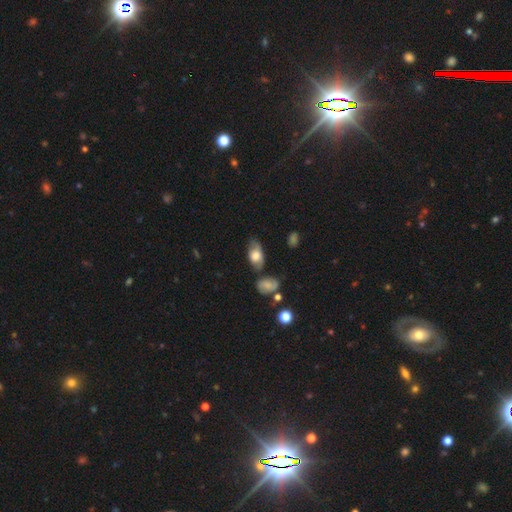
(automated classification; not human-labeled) A smooth galaxy with no disk features (64%) that is in between round and cigar-shaped (88%). Merging: none (55%).